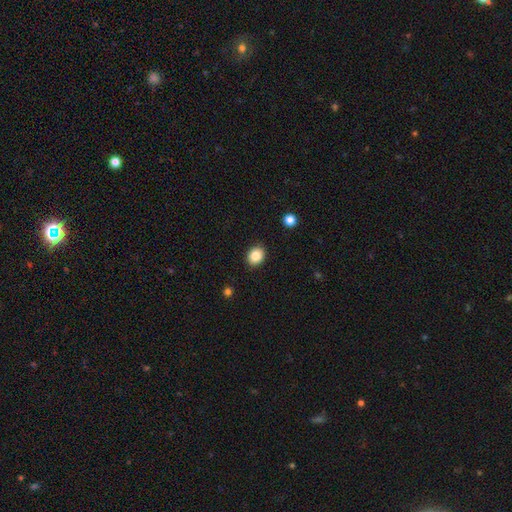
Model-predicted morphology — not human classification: This is clearly a smooth galaxy (84%). How rounded: possibly round (51%). Merging: clearly none (90%).